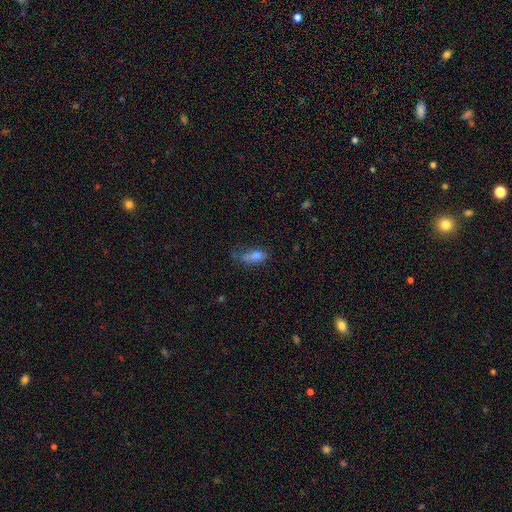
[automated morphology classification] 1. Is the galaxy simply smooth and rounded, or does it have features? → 71% smooth, 17% featured or disk, 11% star or artifact.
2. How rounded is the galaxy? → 68% in between, 28% cigar-shaped, 4% round.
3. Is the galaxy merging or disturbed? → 39% none, 32% minor disturbance, 25% major disturbance, 4% merger.